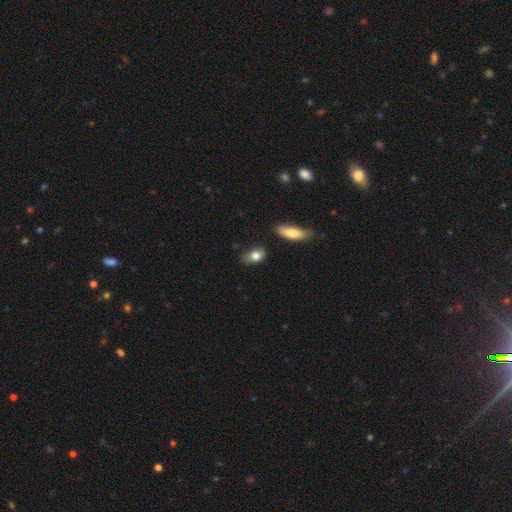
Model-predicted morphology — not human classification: smooth_or_featured: smooth (p=0.80) [alt: featured or disk p=0.12]
how_rounded: in between (p=0.80) [alt: round p=0.14]
merging: none (p=0.60) [alt: minor disturbance p=0.28]